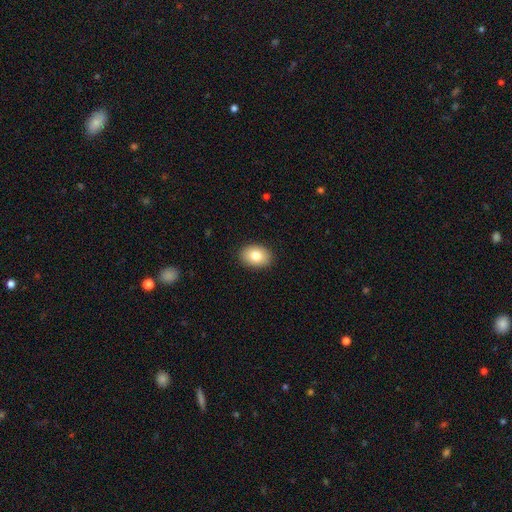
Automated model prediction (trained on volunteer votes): Overall: smooth (81%). How rounded: in between (78%). Merging: none (90%).